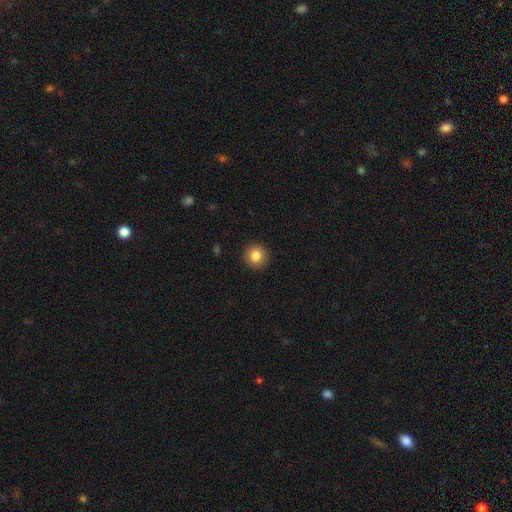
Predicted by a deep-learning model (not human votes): Smooth or featured?
  - smooth: 83% *
  - star or artifact: 10%
  - featured or disk: 7%
How rounded?
  - round: 94% *
  - in between: 5%
  - cigar-shaped: 1%
Merging?
  - none: 93% *
  - minor disturbance: 5%
  - major disturbance: 2%
  - merger: 1%